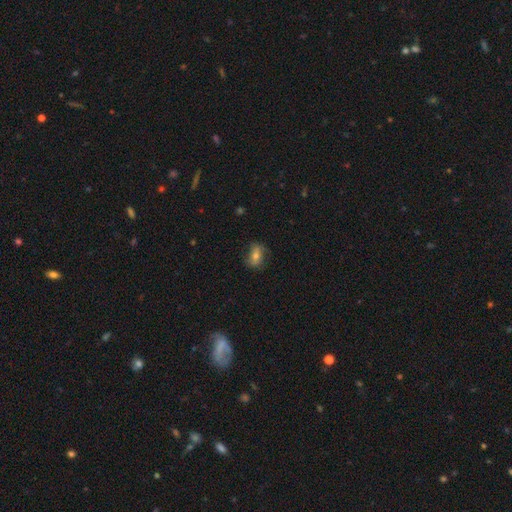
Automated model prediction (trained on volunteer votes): smooth-or-featured: smooth: 57% | featured or disk: 32% | star or artifact: 12%
  how-rounded: in between: 69% | round: 27% | cigar-shaped: 4%
  merging: none: 69% | minor disturbance: 21% | major disturbance: 8% | merger: 1%